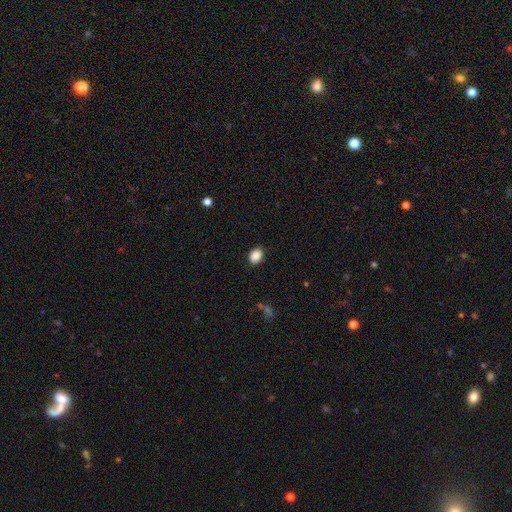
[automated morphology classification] Smooth or featured? smooth (89%)
How rounded? in between (58%)
Merging? none (87%)